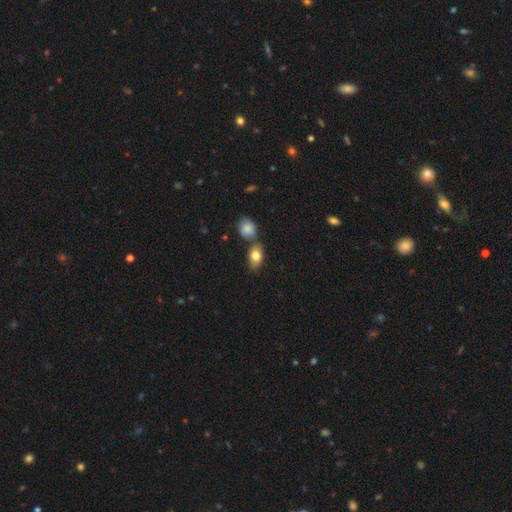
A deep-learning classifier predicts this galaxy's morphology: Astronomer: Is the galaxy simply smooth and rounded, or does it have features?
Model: smooth — 81%.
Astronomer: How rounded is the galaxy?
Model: in between — 83%.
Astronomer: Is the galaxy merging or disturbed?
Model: none — 51% (runner-up: merger, 32%).